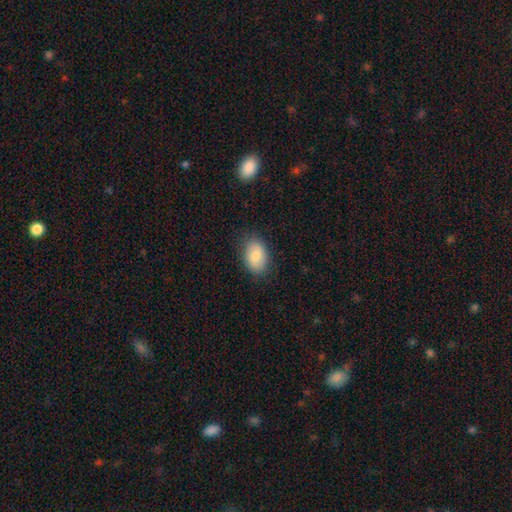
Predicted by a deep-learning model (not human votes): smooth-or-featured: smooth: 80% | featured or disk: 13% | star or artifact: 7%
  how-rounded: in between: 84% | round: 14% | cigar-shaped: 1%
  merging: none: 85% | minor disturbance: 12% | major disturbance: 3% | merger: 1%